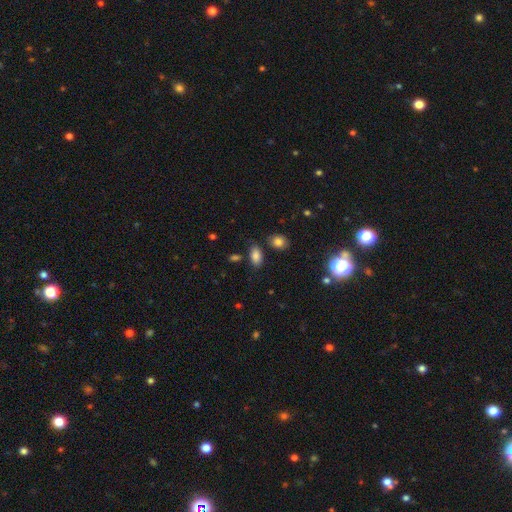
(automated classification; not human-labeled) This is clearly a smooth galaxy (84%). How rounded: clearly in between (92%). Merging: likely none (78%).